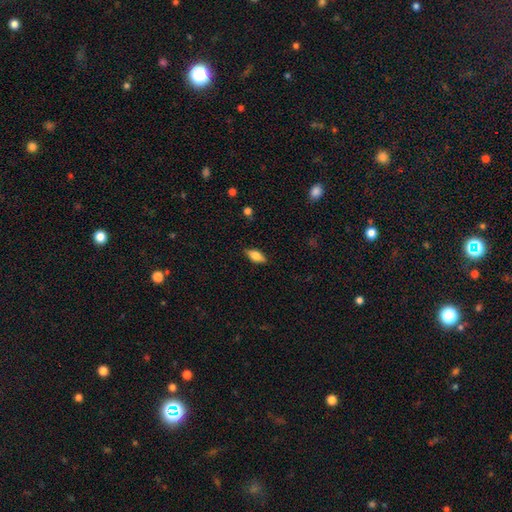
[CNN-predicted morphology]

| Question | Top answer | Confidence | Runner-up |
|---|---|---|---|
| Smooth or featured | smooth | 72% | featured or disk (20%) |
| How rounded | in between | 81% | cigar-shaped (16%) |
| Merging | none | 86% | minor disturbance (11%) |